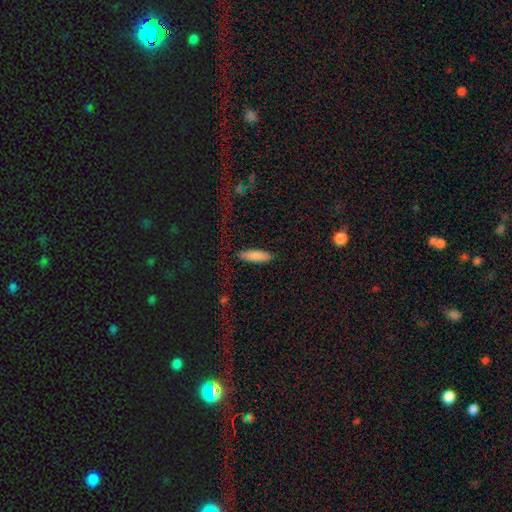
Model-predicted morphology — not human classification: This is clearly a smooth galaxy (86%). How rounded: possibly cigar-shaped (51%). Merging: clearly none (86%).